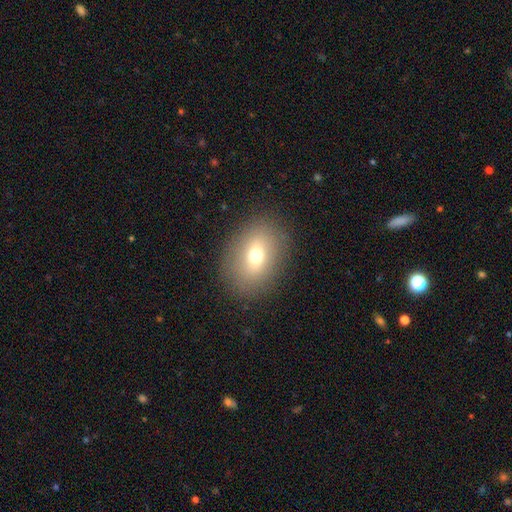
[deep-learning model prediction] smooth-or-featured: smooth: 69% | featured or disk: 19% | star or artifact: 12%
  how-rounded: in between: 69% | round: 29% | cigar-shaped: 1%
  merging: none: 86% | minor disturbance: 9% | major disturbance: 4% | merger: 1%